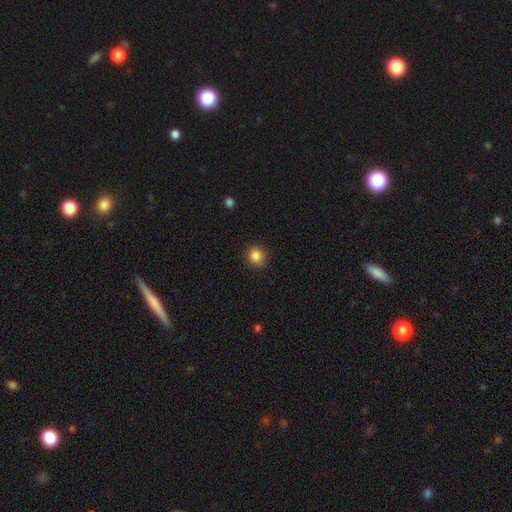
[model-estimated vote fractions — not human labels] smooth 85%, star or artifact 11%, featured or disk 4%. Down the decision tree: how rounded — round (86%); merging — none (79%).